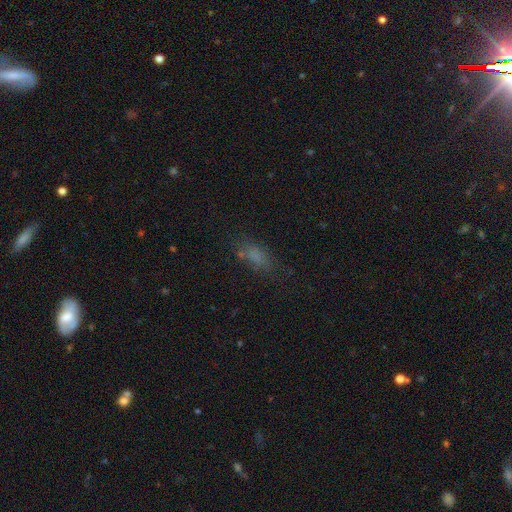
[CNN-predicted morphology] Overall: smooth (71%). How rounded: in between (74%). Merging: none (64%).